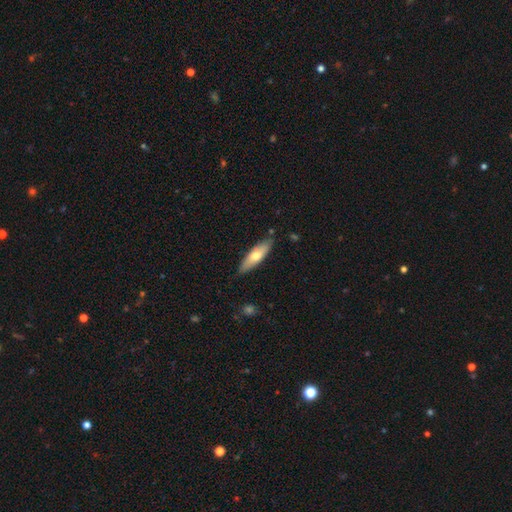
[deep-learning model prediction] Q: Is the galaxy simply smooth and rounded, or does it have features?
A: smooth — 63%.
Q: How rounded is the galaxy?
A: cigar-shaped — 55%.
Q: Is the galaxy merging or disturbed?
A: none — 84%.